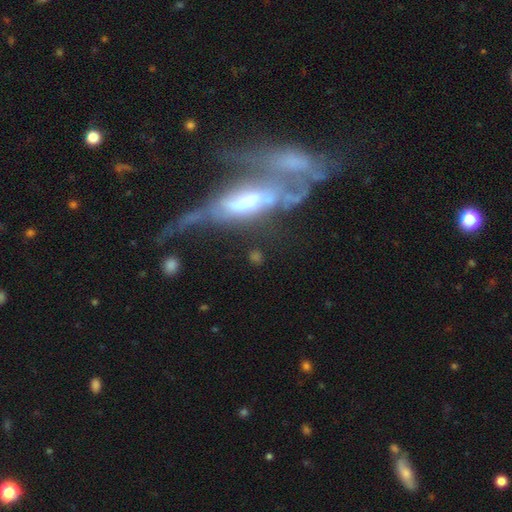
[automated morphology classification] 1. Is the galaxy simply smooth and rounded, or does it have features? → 55% featured or disk, 33% smooth, 12% star or artifact.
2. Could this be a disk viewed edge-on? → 71% no, 29% yes.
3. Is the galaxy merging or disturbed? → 33% merger, 28% major disturbance, 25% none, 13% minor disturbance.